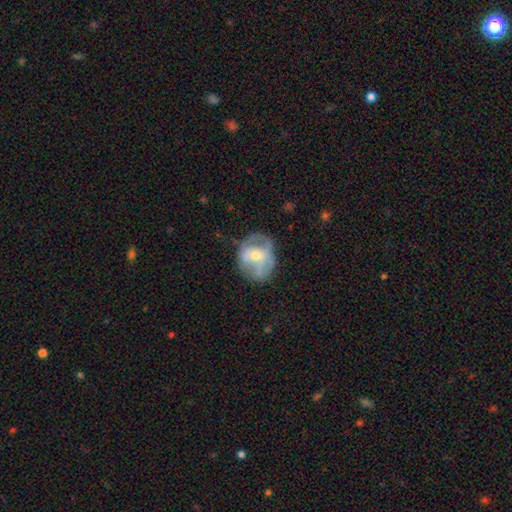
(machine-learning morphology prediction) Smooth or featured? featured or disk (55%)
Edge-on disk? no (96%)
Bar? no (72%)
Spiral arms? no (57%)
Bulge size? moderate (56%)
Merging? none (50%)